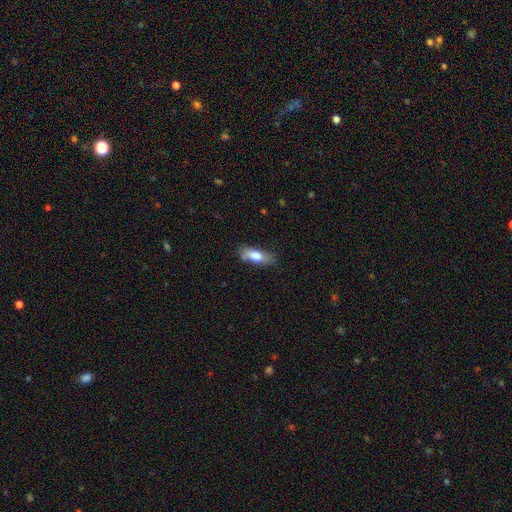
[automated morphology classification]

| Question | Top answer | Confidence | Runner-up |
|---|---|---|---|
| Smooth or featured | smooth | 72% | featured or disk (21%) |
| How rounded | in between | 63% | cigar-shaped (34%) |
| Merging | none | 65% | minor disturbance (25%) |